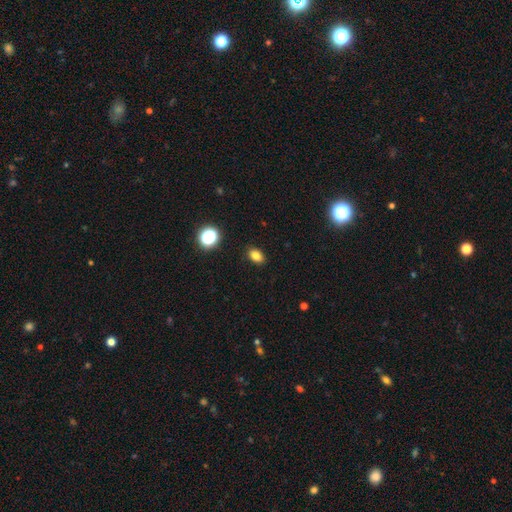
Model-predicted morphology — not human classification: smooth_or_featured: smooth (p=0.81) [alt: star or artifact p=0.13]
how_rounded: in between (p=0.79) [alt: round p=0.20]
merging: none (p=0.88) [alt: minor disturbance p=0.08]